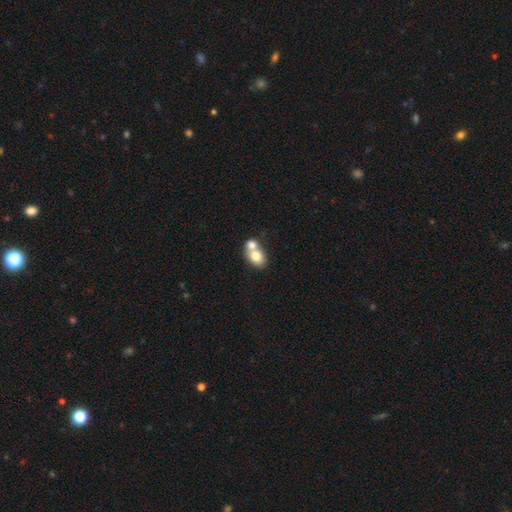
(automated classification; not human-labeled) This is likely a smooth galaxy (75%). How rounded: possibly in between (56%). Merging: likely merger (62%).